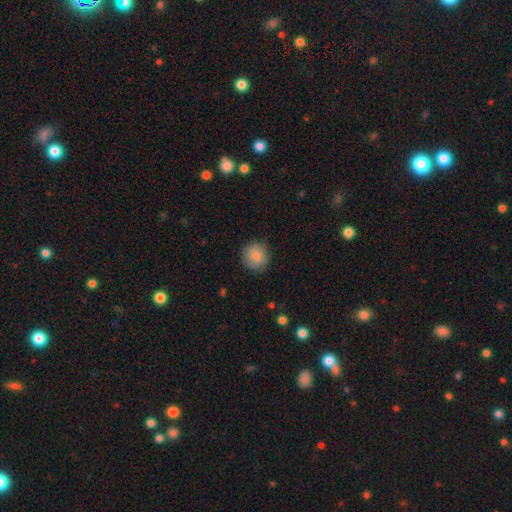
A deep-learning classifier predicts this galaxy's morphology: smooth_or_featured: smooth (p=0.84) [alt: featured or disk p=0.08]
how_rounded: round (p=0.90) [alt: in between p=0.09]
merging: none (p=0.80) [alt: minor disturbance p=0.15]